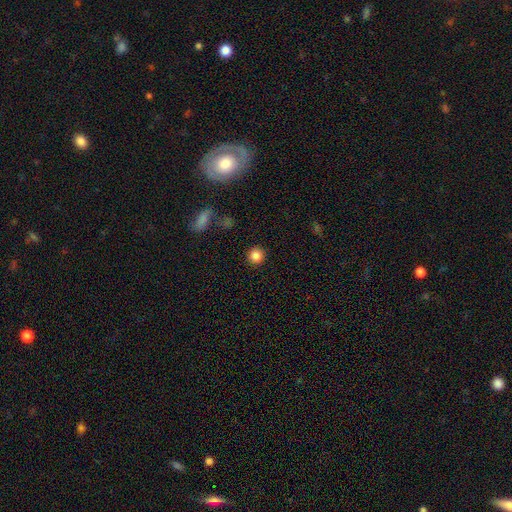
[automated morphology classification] Q: Smooth or featured?
A: smooth (85%); runner-up: star or artifact (11%)
Q: How rounded?
A: round (94%); runner-up: in between (5%)
Q: Merging?
A: none (91%); runner-up: minor disturbance (5%)